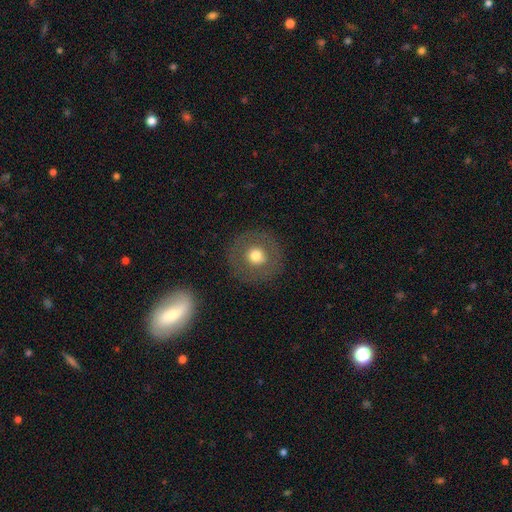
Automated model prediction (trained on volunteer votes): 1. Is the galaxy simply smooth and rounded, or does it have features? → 62% smooth, 29% featured or disk, 9% star or artifact.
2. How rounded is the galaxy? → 94% round, 5% in between, 1% cigar-shaped.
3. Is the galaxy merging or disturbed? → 87% none, 7% minor disturbance, 4% major disturbance, 1% merger.